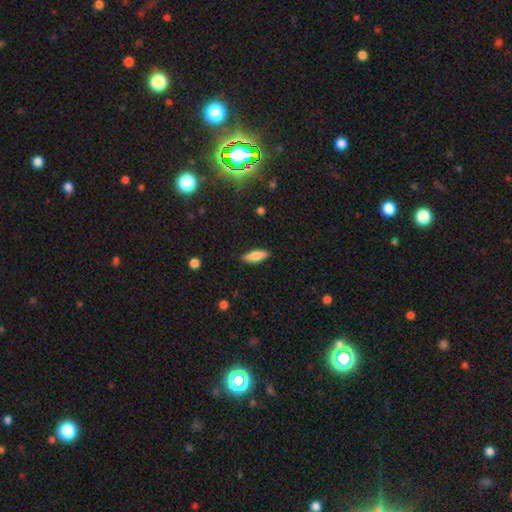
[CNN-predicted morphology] type=smooth (77%); roundness=in between (54%); merging=none (88%).